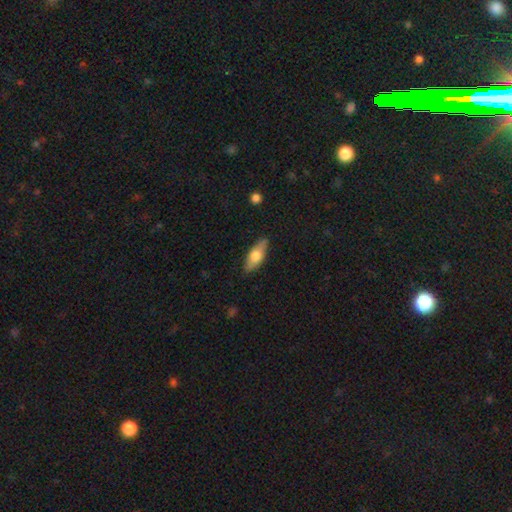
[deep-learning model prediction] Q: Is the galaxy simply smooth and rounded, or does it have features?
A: smooth — 65%.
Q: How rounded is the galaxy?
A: in between — 71%.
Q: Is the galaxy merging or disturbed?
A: none — 84%.